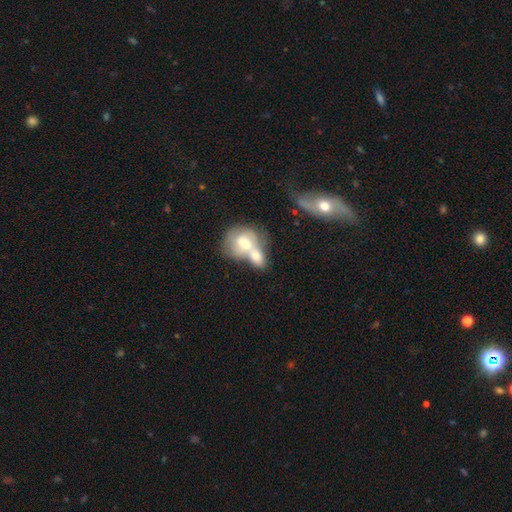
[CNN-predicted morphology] Smooth or featured: smooth — 64% (featured or disk — 29%)
How rounded: in between — 60% (round — 37%)
Merging: merger — 74% (none — 16%)